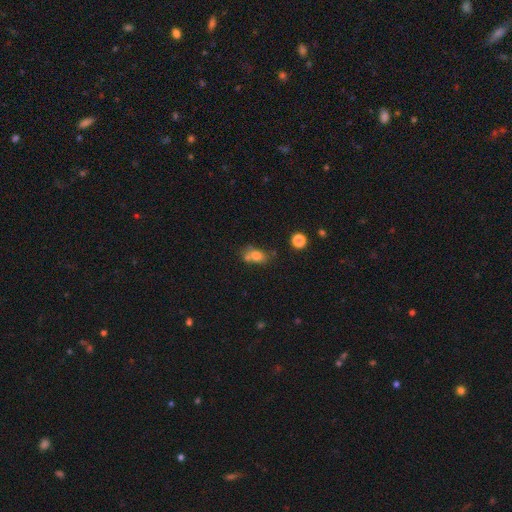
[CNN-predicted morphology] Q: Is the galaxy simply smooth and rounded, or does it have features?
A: smooth — 73%.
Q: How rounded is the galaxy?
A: in between — 60%.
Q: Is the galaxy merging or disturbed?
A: none — 41%.